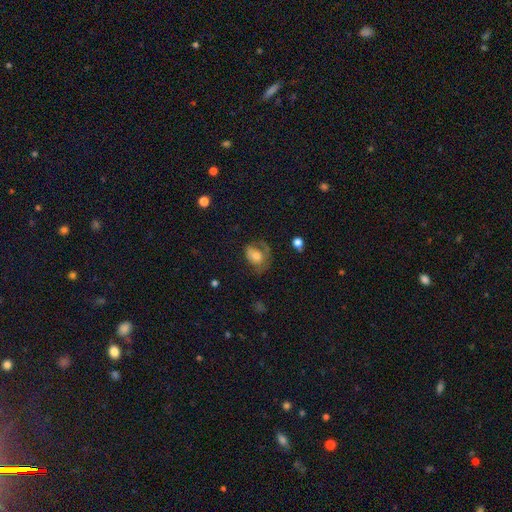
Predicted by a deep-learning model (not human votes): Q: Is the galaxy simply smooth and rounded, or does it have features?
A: smooth — 55%.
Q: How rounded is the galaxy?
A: in between — 59%.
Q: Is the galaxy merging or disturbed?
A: major disturbance — 37%.